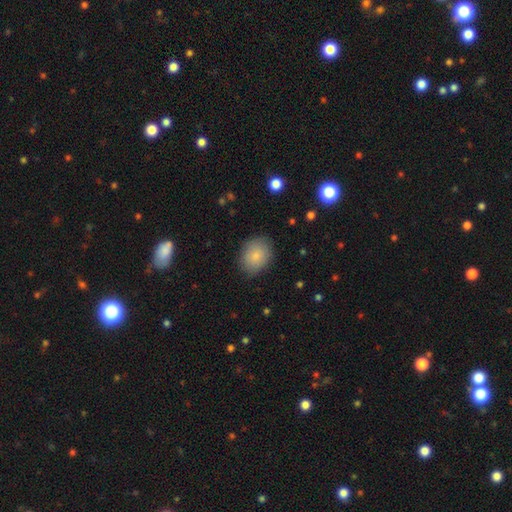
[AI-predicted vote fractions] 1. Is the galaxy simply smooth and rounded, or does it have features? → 82% smooth, 10% featured or disk, 7% star or artifact.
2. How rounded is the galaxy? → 55% in between, 44% round, 1% cigar-shaped.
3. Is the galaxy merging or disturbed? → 81% none, 14% minor disturbance, 4% major disturbance, 1% merger.